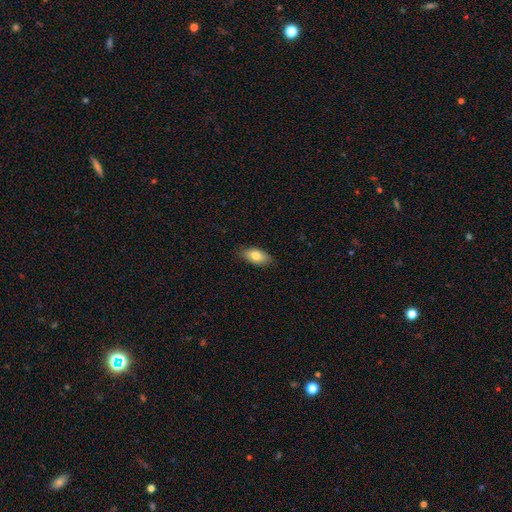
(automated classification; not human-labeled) smooth-or-featured: smooth: 81% | featured or disk: 13% | star or artifact: 7%
  how-rounded: in between: 90% | cigar-shaped: 6% | round: 3%
  merging: none: 85% | minor disturbance: 12% | major disturbance: 2% | merger: 1%